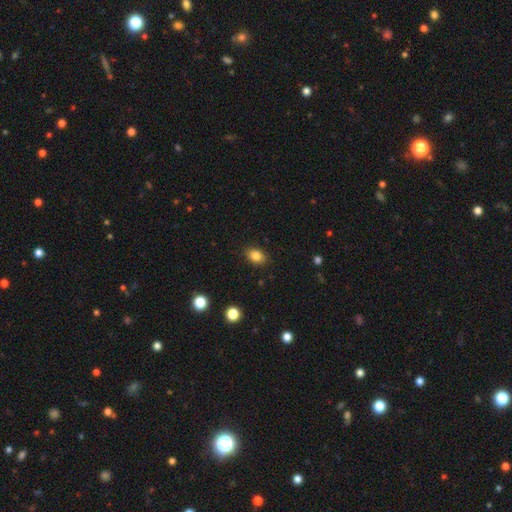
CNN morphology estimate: Overall: smooth (84%). How rounded: in between (75%). Merging: none (88%).